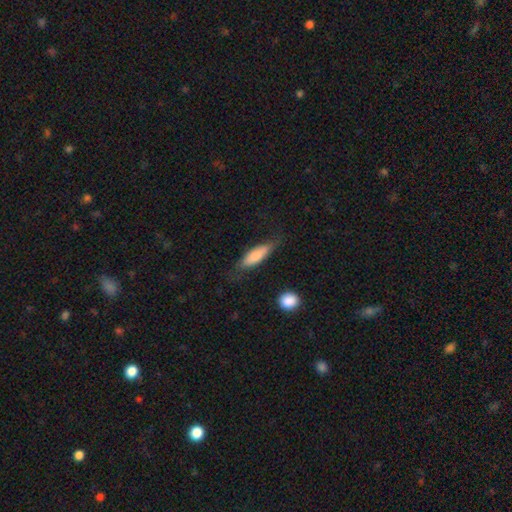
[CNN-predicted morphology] Smooth or featured?
  - smooth: 76% *
  - featured or disk: 19%
  - star or artifact: 6%
How rounded?
  - cigar-shaped: 50% *
  - in between: 48%
  - round: 2%
Merging?
  - none: 67% *
  - minor disturbance: 23%
  - major disturbance: 8%
  - merger: 2%